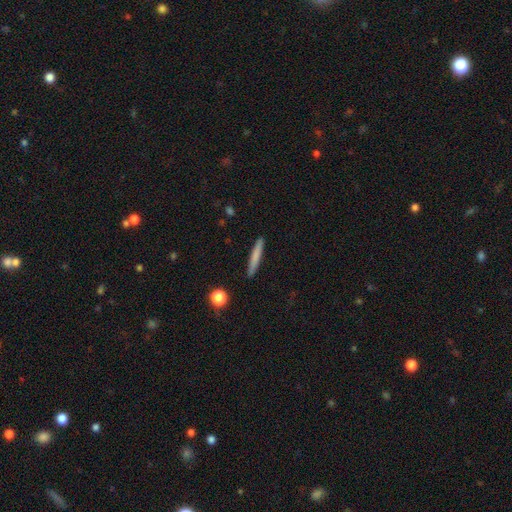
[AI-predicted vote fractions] A smooth galaxy with no disk features (72%) that is cigar-shaped (95%).

Vote fractions:
- Smooth or featured? smooth: 72% / featured or disk: 21% / star or artifact: 6%
- How rounded? cigar-shaped: 95% / in between: 4% / round: 1%
- Merging? none: 90% / minor disturbance: 7% / major disturbance: 2% / merger: 1%